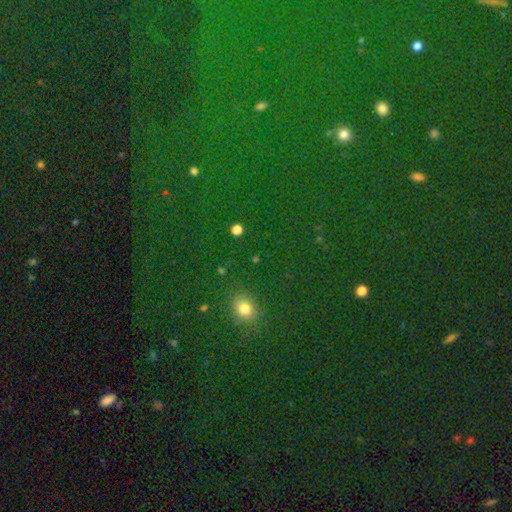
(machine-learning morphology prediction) A star or artifact, not a galaxy (58%).

Vote fractions:
- Smooth or featured? star or artifact: 58% / smooth: 34% / featured or disk: 8%